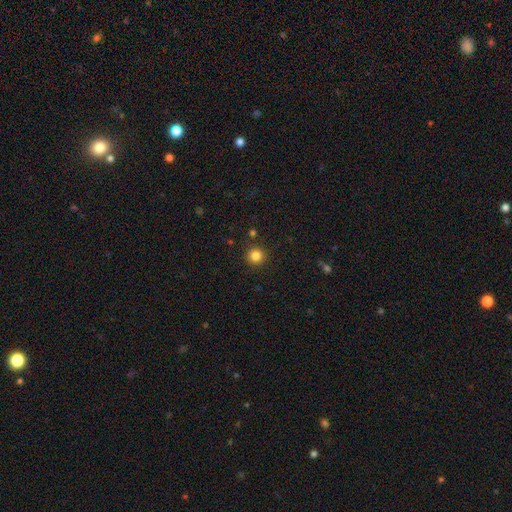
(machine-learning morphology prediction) Smooth or featured?
  - smooth: 84% *
  - star or artifact: 12%
  - featured or disk: 4%
How rounded?
  - round: 95% *
  - in between: 4%
  - cigar-shaped: 1%
Merging?
  - none: 91% *
  - minor disturbance: 5%
  - merger: 2%
  - major disturbance: 2%